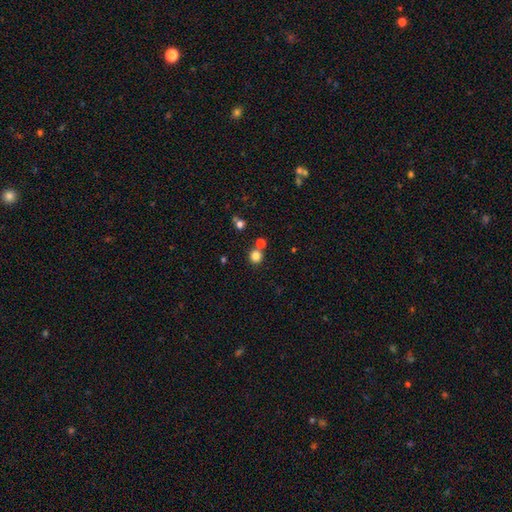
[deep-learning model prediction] Smooth or featured?
  - smooth: 81% *
  - star or artifact: 13%
  - featured or disk: 6%
How rounded?
  - round: 90% *
  - in between: 9%
  - cigar-shaped: 1%
Merging?
  - none: 70% *
  - merger: 20%
  - minor disturbance: 7%
  - major disturbance: 3%